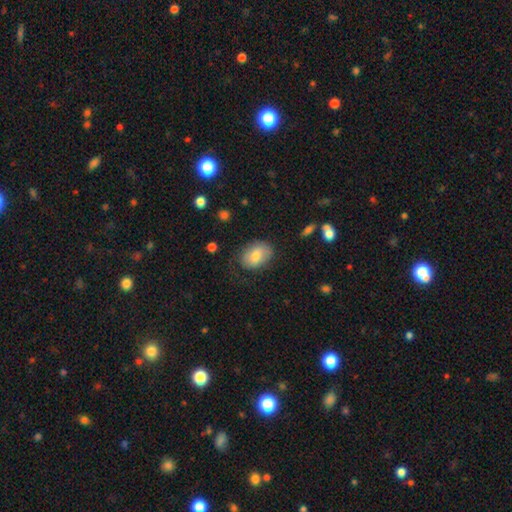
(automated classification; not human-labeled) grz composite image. It shows a smooth galaxy with no disk features (76%) that is in between round and cigar-shaped (80%). Merging: none (66%).